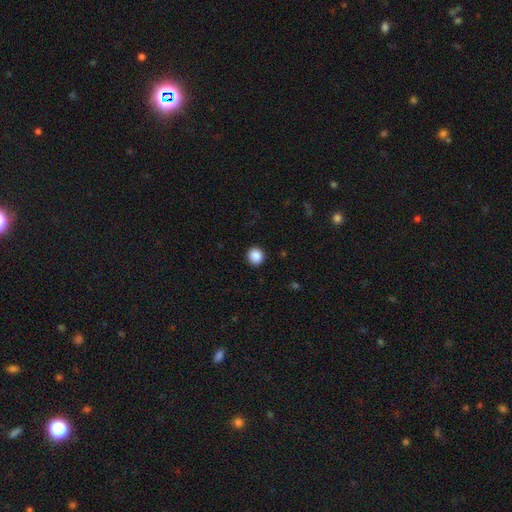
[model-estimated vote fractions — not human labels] smooth_or_featured: smooth (p=0.88) [alt: star or artifact p=0.09]
how_rounded: round (p=0.91) [alt: in between p=0.08]
merging: none (p=0.92) [alt: minor disturbance p=0.05]